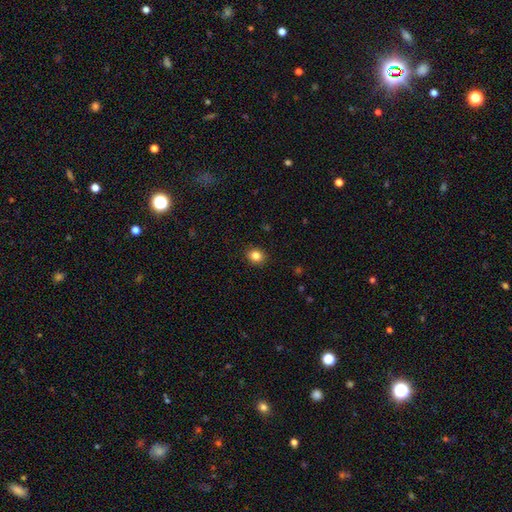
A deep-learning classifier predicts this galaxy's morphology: This appears to be a smooth galaxy with no disk features (84%) that is round (69%). Merging: none (91%).